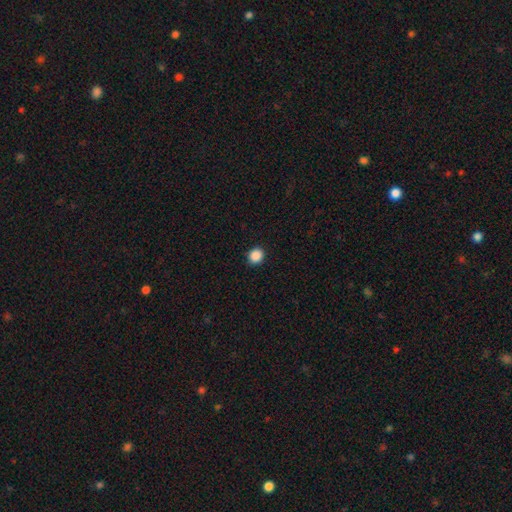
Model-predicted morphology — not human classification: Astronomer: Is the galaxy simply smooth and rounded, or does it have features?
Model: smooth — 88%.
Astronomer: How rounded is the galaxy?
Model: round — 80%.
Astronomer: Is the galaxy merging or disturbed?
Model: none — 92%.